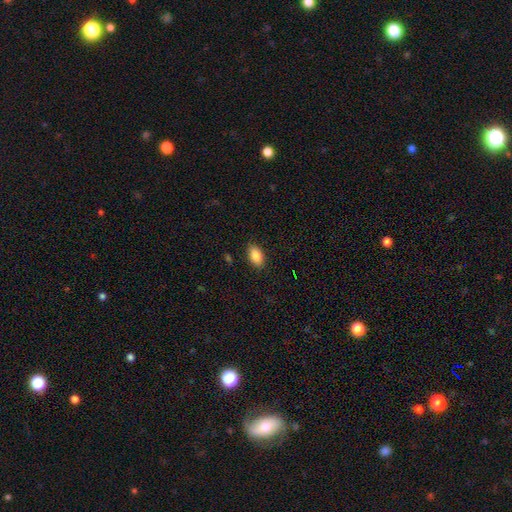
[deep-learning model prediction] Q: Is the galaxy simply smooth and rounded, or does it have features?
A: smooth — 86%.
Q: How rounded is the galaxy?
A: in between — 91%.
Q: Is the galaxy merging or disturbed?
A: none — 87%.